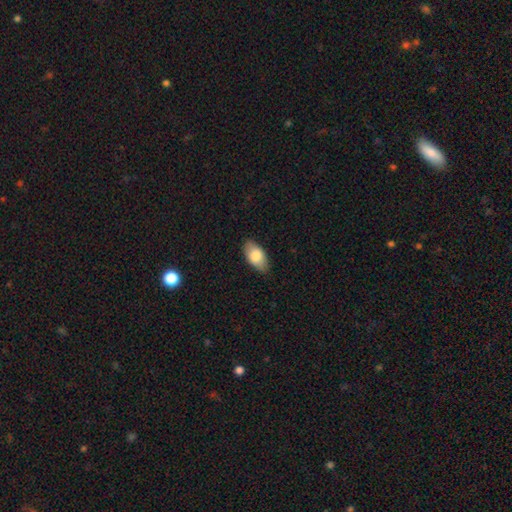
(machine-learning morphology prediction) Smooth or featured: smooth — 82% (featured or disk — 12%)
How rounded: in between — 94% (round — 3%)
Merging: none — 85% (minor disturbance — 12%)